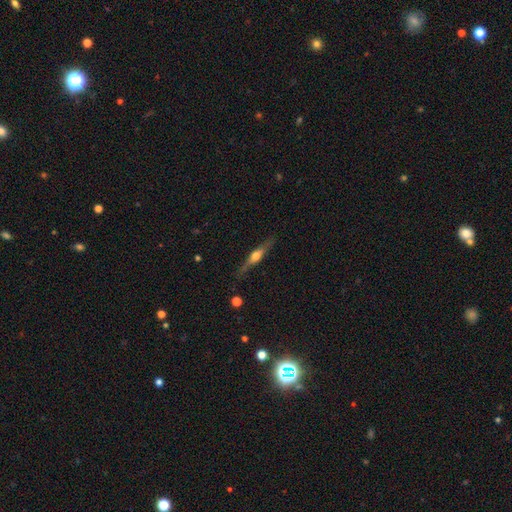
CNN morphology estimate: The model was most divided on "smooth or featured": featured or disk: 67%, smooth: 27%, star or artifact: 6%. More confident: edge-on disk — yes (96%); edge-on bulge — rounded (89%); merging — none (83%).